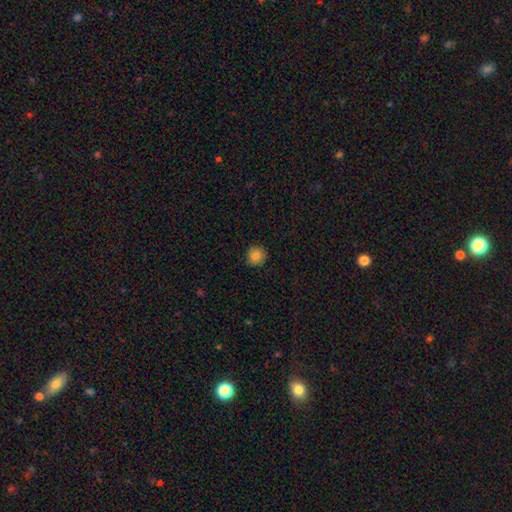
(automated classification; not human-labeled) The model was most divided on "smooth or featured": smooth: 84%, star or artifact: 10%, featured or disk: 6%. More confident: how rounded — round (94%); merging — none (91%).